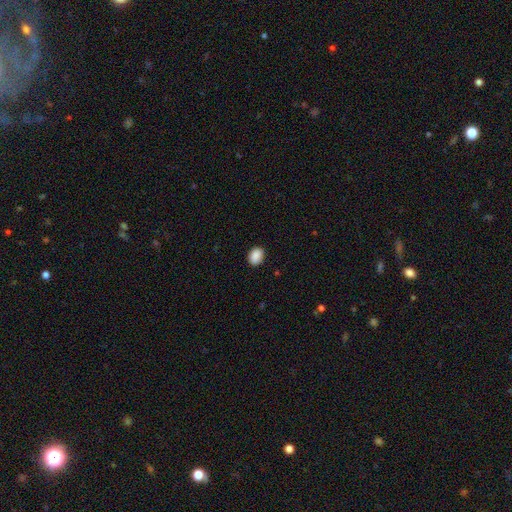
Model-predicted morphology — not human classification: smooth-or-featured: smooth: 90% | star or artifact: 8% | featured or disk: 2%
  how-rounded: in between: 63% | round: 36% | cigar-shaped: 1%
  merging: none: 89% | minor disturbance: 8% | major disturbance: 2% | merger: 1%